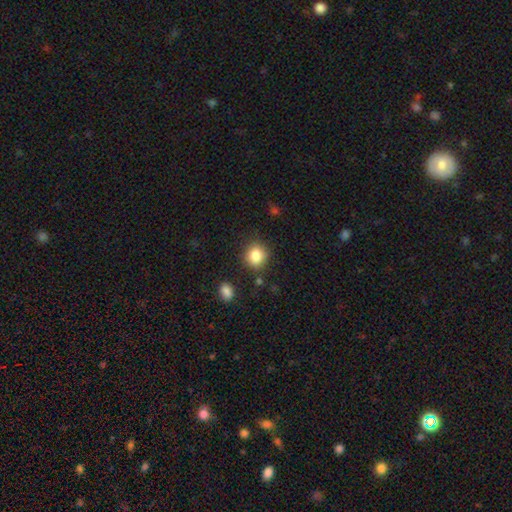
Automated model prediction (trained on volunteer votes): smooth 85%, star or artifact 10%, featured or disk 5%. Down the decision tree: how rounded — round (79%); merging — none (83%).